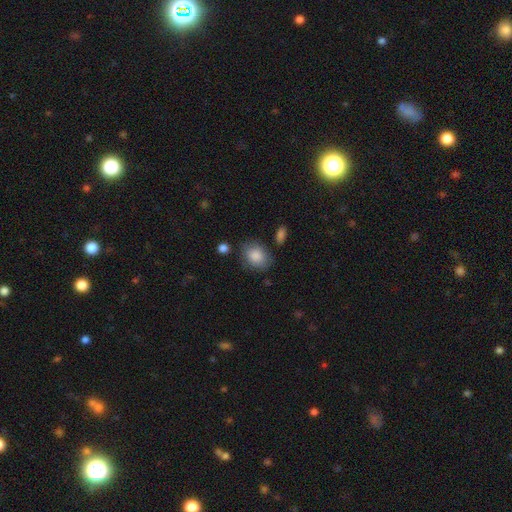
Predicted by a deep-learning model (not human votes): A smooth galaxy with no disk features (86%) that is in between round and cigar-shaped (58%).

Vote fractions:
- Smooth or featured? smooth: 86% / featured or disk: 7% / star or artifact: 7%
- How rounded? in between: 58% / round: 41% / cigar-shaped: 1%
- Merging? none: 75% / minor disturbance: 17% / major disturbance: 5% / merger: 4%